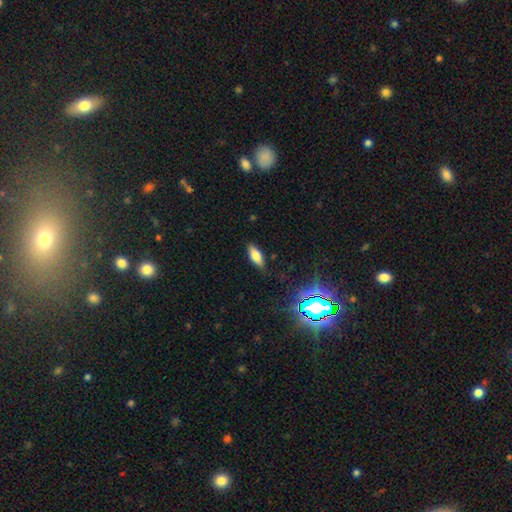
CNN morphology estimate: Smooth or featured?
  - smooth: 71% *
  - featured or disk: 18%
  - star or artifact: 11%
How rounded?
  - in between: 71% *
  - cigar-shaped: 26%
  - round: 3%
Merging?
  - none: 85% *
  - minor disturbance: 11%
  - major disturbance: 3%
  - merger: 1%